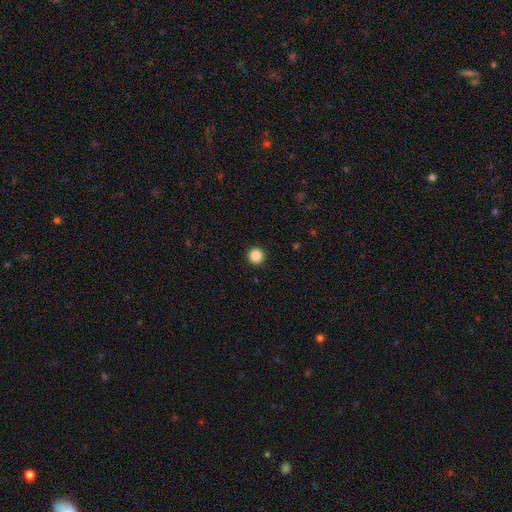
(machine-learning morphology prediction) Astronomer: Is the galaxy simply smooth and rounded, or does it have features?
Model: smooth — 87%.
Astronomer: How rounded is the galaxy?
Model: round — 96%.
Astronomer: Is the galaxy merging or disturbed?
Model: none — 93%.